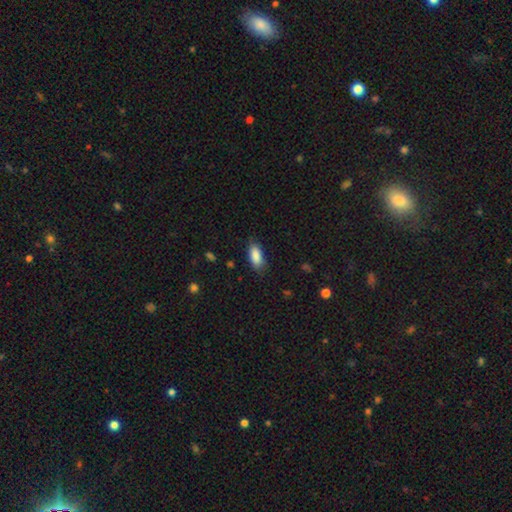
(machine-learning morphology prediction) Smooth or featured? smooth (87%)
How rounded? in between (83%)
Merging? none (79%)